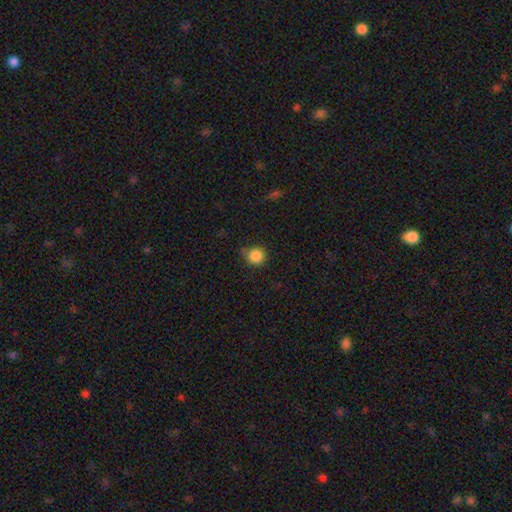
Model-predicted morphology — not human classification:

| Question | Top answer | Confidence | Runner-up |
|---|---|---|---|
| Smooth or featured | smooth | 85% | star or artifact (11%) |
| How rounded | round | 92% | in between (7%) |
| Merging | none | 75% | minor disturbance (17%) |